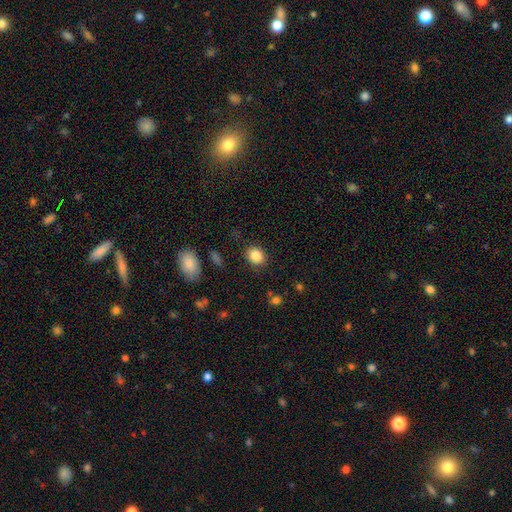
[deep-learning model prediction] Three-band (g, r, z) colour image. It shows a smooth galaxy with no disk features (85%) that is round (57%). Merging: none (86%).